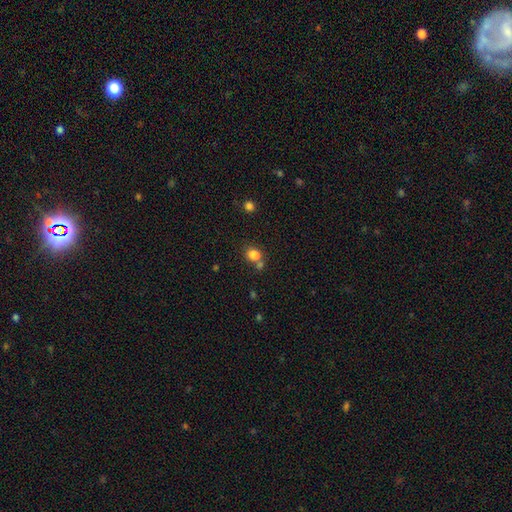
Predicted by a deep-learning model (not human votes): Morphology: type=smooth (82%); roundness=in between (50%); merging=none (56%).